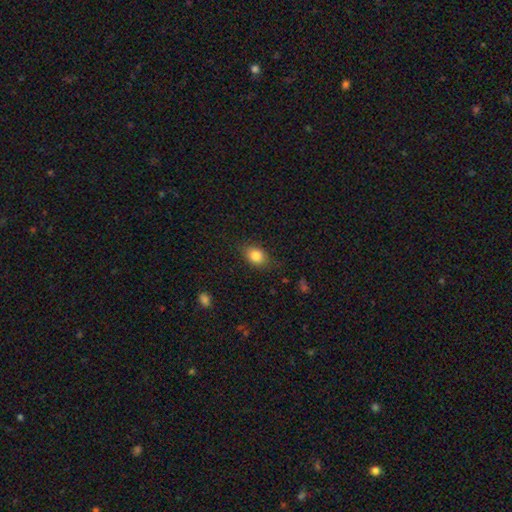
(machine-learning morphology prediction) A smooth galaxy with no disk features (84%) that is in between round and cigar-shaped (65%). Merging: none (79%).